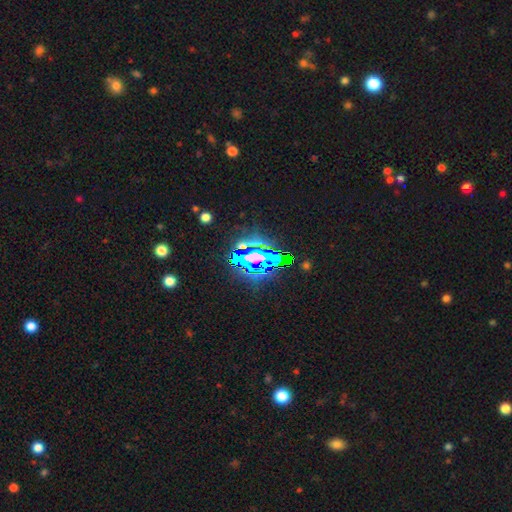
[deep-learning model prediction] Smooth or featured?
  - star or artifact: 71% *
  - featured or disk: 15%
  - smooth: 15%